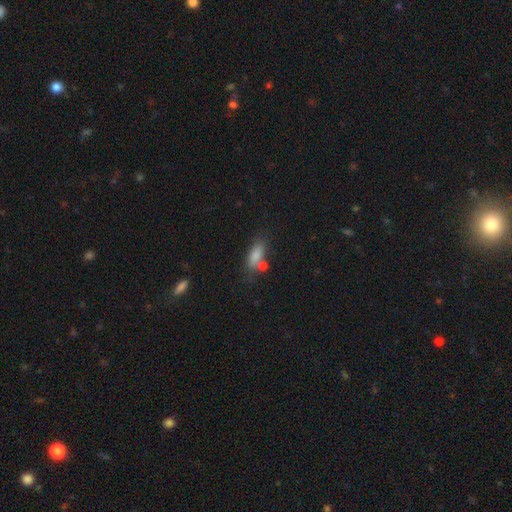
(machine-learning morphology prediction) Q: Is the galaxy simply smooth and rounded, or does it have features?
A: smooth — 79%.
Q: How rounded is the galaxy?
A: in between — 71%.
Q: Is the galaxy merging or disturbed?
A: none — 58%.